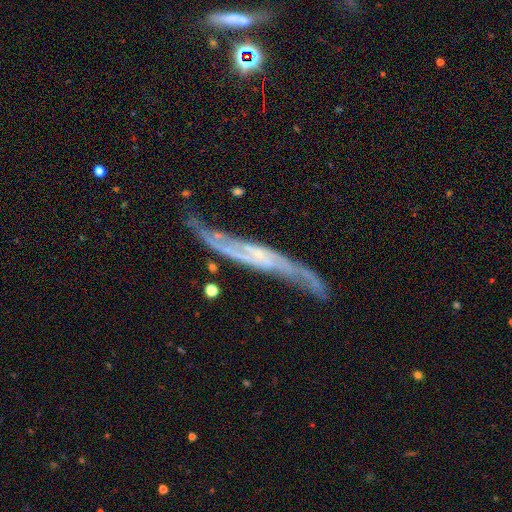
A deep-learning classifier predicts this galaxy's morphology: This appears to be a featured or disk galaxy (84%). Merging: none (66%).